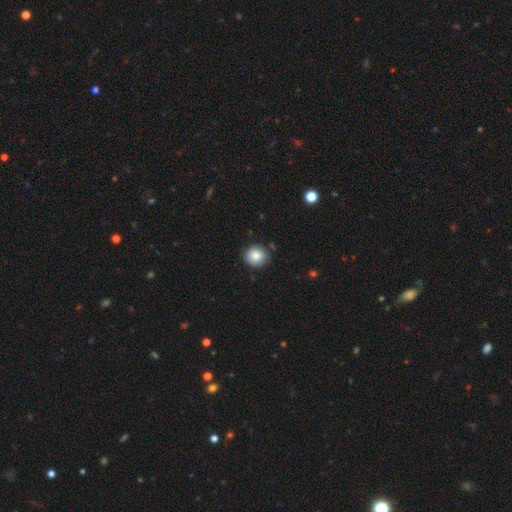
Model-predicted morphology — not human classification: This is clearly a smooth galaxy (85%). How rounded: clearly round (85%). Merging: clearly none (85%).